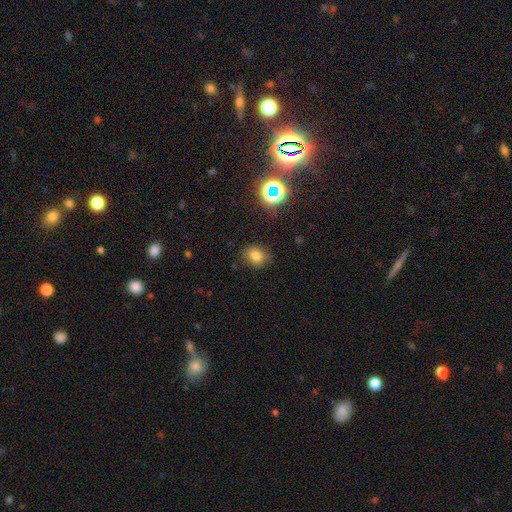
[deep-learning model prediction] smooth_or_featured: smooth (p=0.75) [alt: star or artifact p=0.17]
how_rounded: round (p=0.50) [alt: in between p=0.49]
merging: none (p=0.83) [alt: minor disturbance p=0.13]